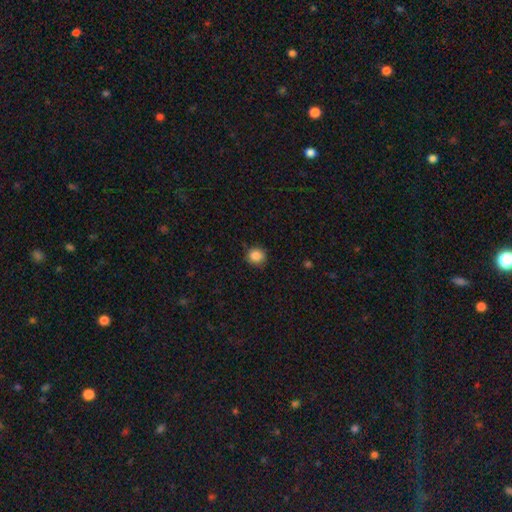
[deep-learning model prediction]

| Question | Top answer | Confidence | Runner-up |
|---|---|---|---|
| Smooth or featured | smooth | 86% | star or artifact (10%) |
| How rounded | round | 89% | in between (10%) |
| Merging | none | 87% | minor disturbance (10%) |